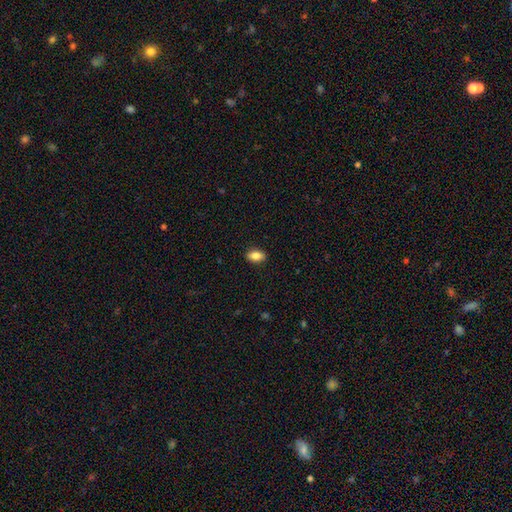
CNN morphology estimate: Smooth or featured: smooth — 84% (featured or disk — 8%)
How rounded: in between — 87% (round — 10%)
Merging: none — 89% (minor disturbance — 8%)